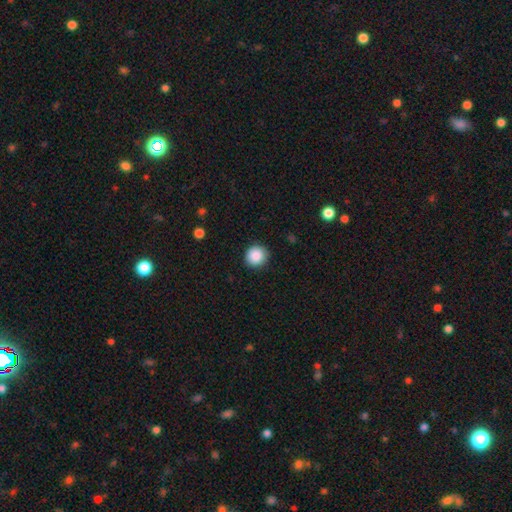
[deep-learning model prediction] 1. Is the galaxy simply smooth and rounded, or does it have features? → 88% smooth, 8% star or artifact, 3% featured or disk.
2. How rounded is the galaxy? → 93% round, 6% in between, 1% cigar-shaped.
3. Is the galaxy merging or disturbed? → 90% none, 7% minor disturbance, 2% major disturbance, 1% merger.